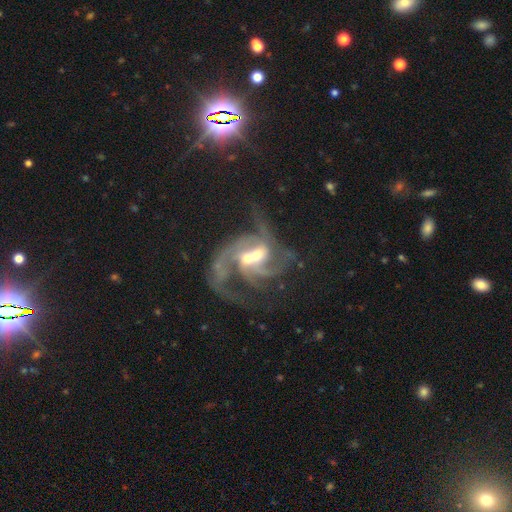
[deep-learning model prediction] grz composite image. It shows a featured or disk galaxy (87%) with no bar (41%, tied with weak), 3 (45%) medium (49%) spiral arms (94%) and a moderate central bulge (58%). Merging: merger (52%).